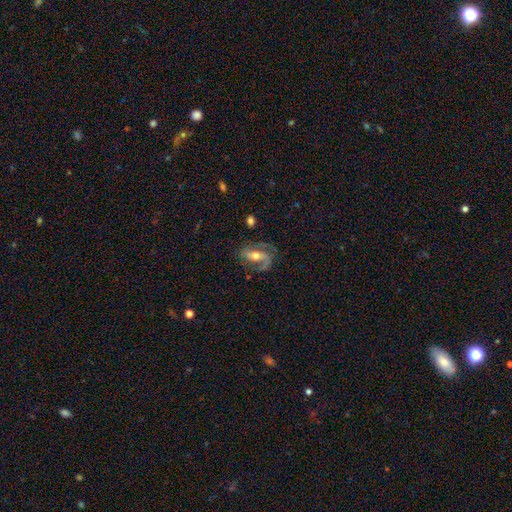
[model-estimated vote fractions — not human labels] A featured or disk galaxy (81%) with a strong bar (37%), 2 (70%) medium (47%) spiral arms (92%) and a moderate central bulge (64%). Merging: none (63%).